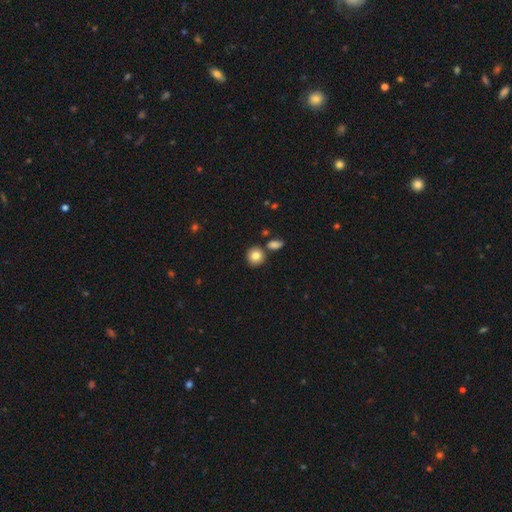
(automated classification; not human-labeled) Morphology: type=smooth (81%); roundness=round (88%); merging=none (78%).